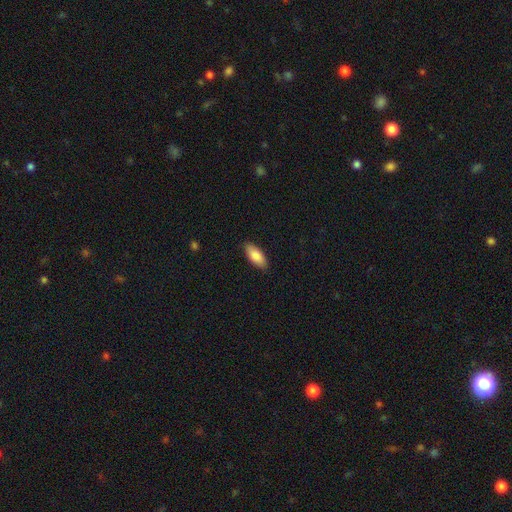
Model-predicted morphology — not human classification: Q: Smooth or featured?
A: smooth (86%); runner-up: featured or disk (8%)
Q: How rounded?
A: in between (84%); runner-up: cigar-shaped (14%)
Q: Merging?
A: none (87%); runner-up: minor disturbance (10%)